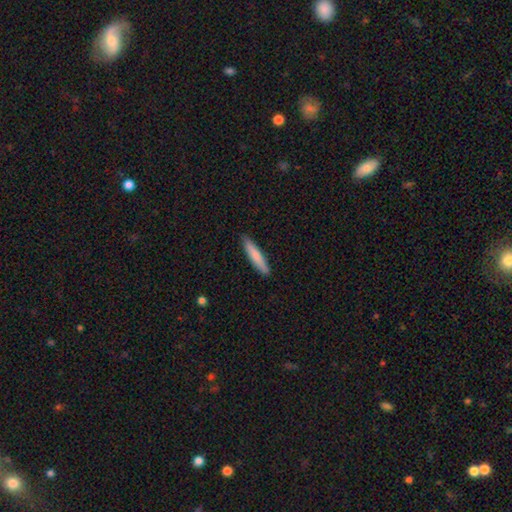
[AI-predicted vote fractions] smooth_or_featured: smooth (p=0.78) [alt: featured or disk p=0.16]
how_rounded: cigar-shaped (p=0.89) [alt: in between p=0.10]
merging: none (p=0.89) [alt: minor disturbance p=0.08]